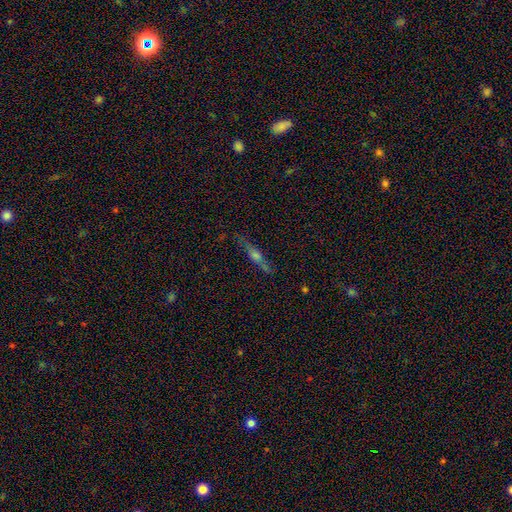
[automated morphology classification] A featured or disk galaxy (63%) viewed edge-on (93%) with a rounded central bulge (82%). Merging: none (78%).